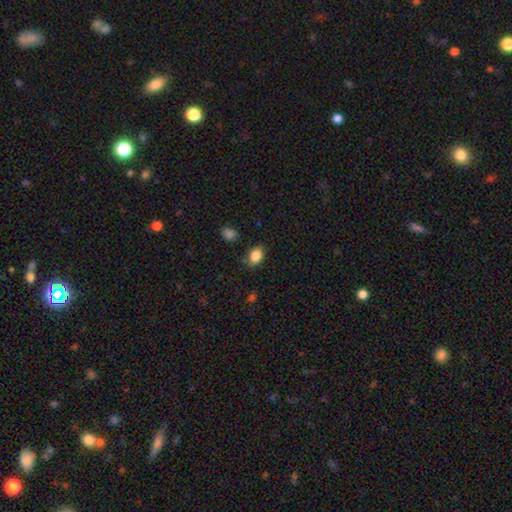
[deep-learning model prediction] This appears to be a smooth galaxy with no disk features (86%) that is in between round and cigar-shaped (74%). Merging: none (77%).